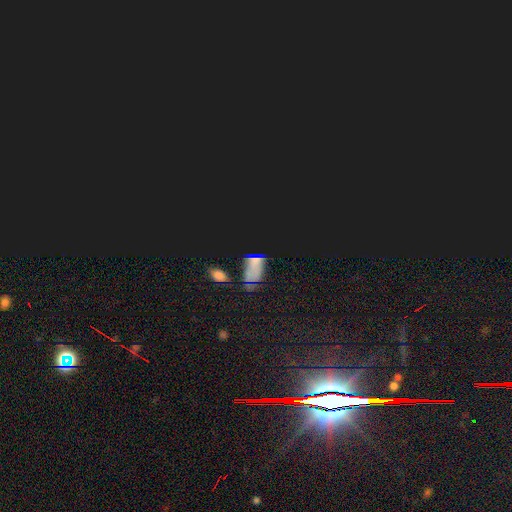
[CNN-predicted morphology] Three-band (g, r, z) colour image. It shows a star or artifact, not a galaxy (66%).